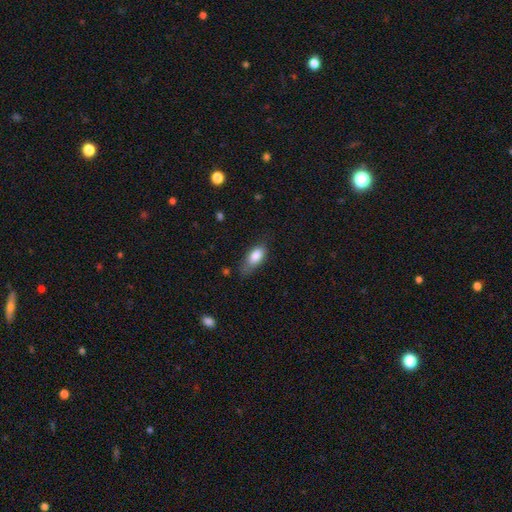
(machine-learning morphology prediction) This is clearly a smooth galaxy (81%). How rounded: clearly in between (87%). Merging: possibly none (49%).